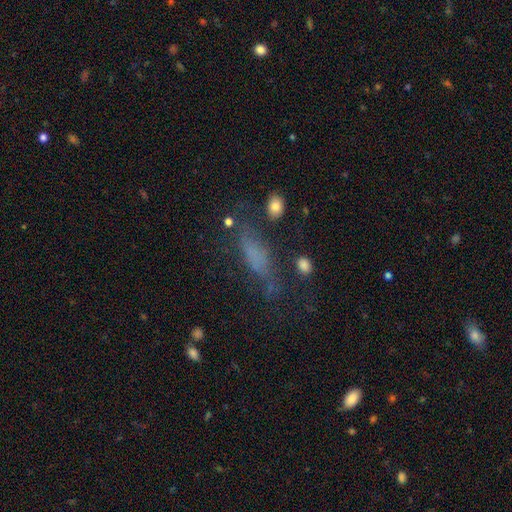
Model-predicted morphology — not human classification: Smooth or featured? smooth (50%)
How rounded? cigar-shaped (51%)
Merging? none (52%)